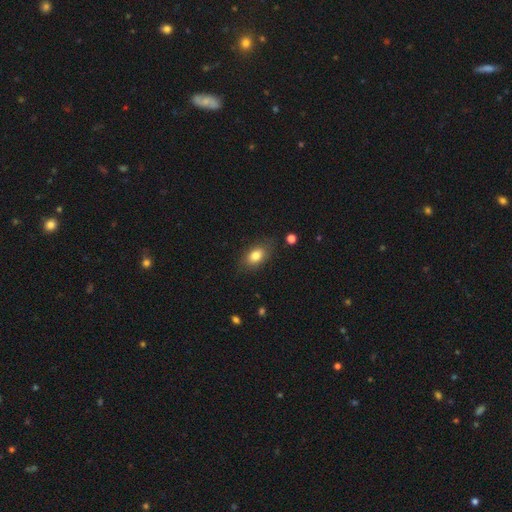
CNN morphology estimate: Overall: smooth (81%). How rounded: in between (86%). Merging: none (79%).